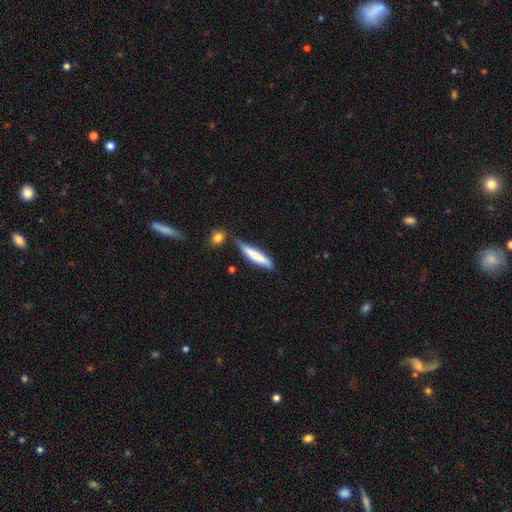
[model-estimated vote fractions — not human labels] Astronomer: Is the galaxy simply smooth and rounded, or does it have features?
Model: smooth — 75%.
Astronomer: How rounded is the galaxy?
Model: cigar-shaped — 85%.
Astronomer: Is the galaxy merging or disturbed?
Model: none — 65%.